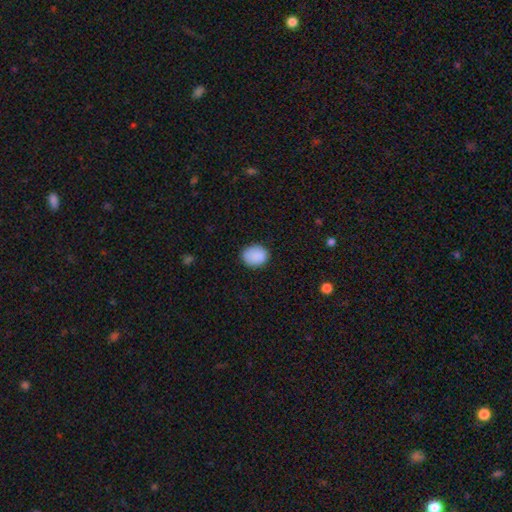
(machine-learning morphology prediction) smooth_or_featured: smooth (p=0.89) [alt: star or artifact p=0.08]
how_rounded: round (p=0.55) [alt: in between p=0.44]
merging: none (p=0.84) [alt: minor disturbance p=0.12]